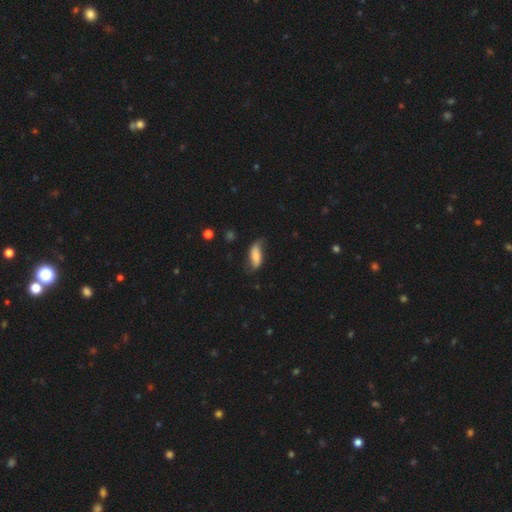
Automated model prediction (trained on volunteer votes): A smooth galaxy with no disk features (68%) that is in between round and cigar-shaped (72%).

Vote fractions:
- Smooth or featured? smooth: 68% / featured or disk: 25% / star or artifact: 7%
- How rounded? in between: 72% / cigar-shaped: 25% / round: 3%
- Merging? none: 56% / minor disturbance: 32% / major disturbance: 10% / merger: 2%